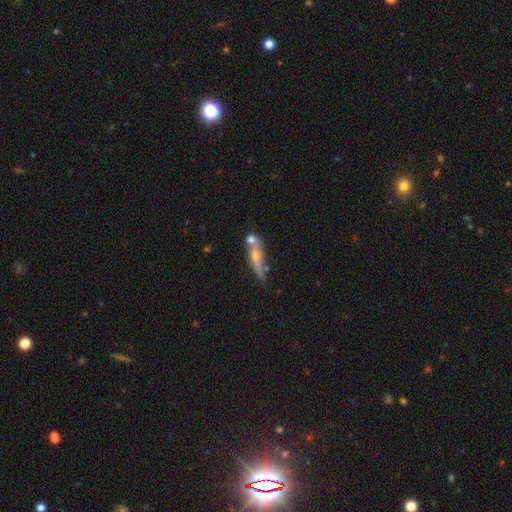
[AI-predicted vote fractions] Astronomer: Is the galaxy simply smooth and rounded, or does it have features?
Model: featured or disk — 50% (runner-up: smooth, 40%).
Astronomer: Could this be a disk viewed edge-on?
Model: yes — 69%.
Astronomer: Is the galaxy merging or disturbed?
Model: none — 44% (runner-up: merger, 27%).